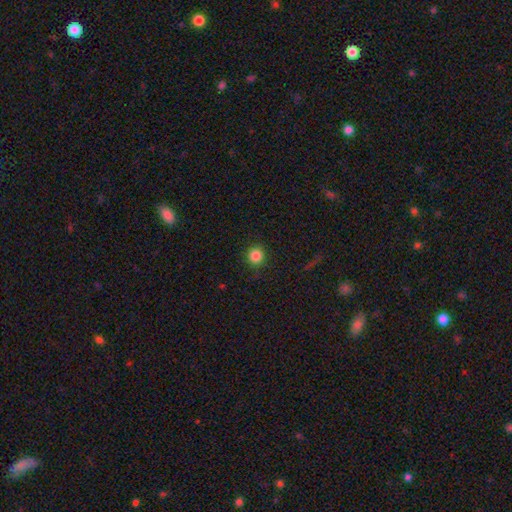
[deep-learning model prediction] smooth_or_featured: smooth (p=0.85) [alt: star or artifact p=0.11]
how_rounded: round (p=0.93) [alt: in between p=0.06]
merging: none (p=0.90) [alt: minor disturbance p=0.07]